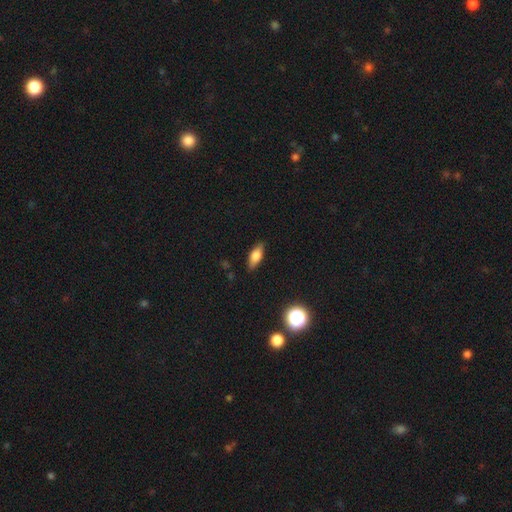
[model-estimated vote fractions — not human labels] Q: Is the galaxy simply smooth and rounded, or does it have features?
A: smooth — 74%.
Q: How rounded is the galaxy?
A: in between — 75%.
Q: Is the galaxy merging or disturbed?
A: none — 85%.